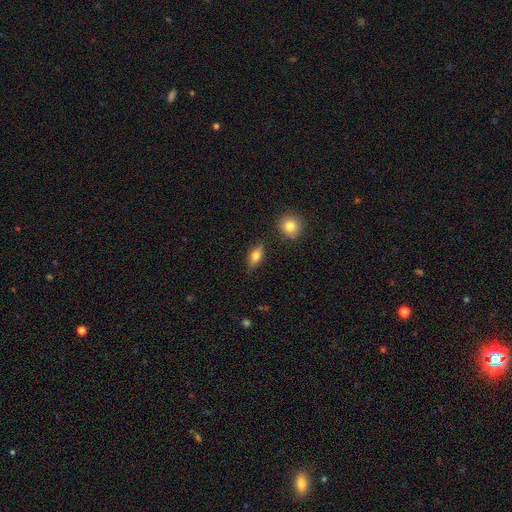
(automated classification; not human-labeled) The model was most divided on "smooth or featured": smooth: 74%, featured or disk: 18%, star or artifact: 8%. More confident: merging — none (80%); how rounded — in between (80%).